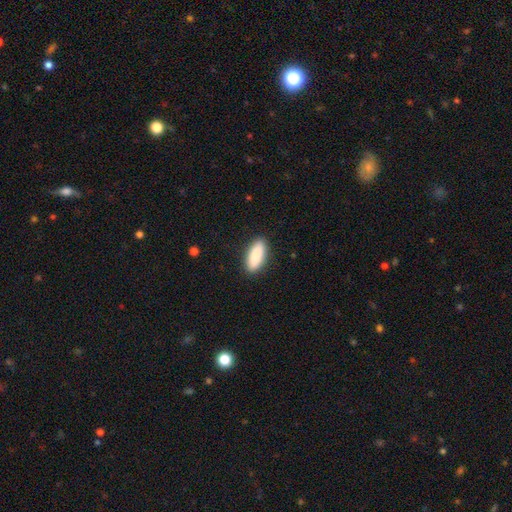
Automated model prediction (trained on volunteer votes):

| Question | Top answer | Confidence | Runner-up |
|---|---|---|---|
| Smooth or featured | smooth | 90% | star or artifact (5%) |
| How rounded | in between | 80% | cigar-shaped (18%) |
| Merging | none | 89% | minor disturbance (8%) |